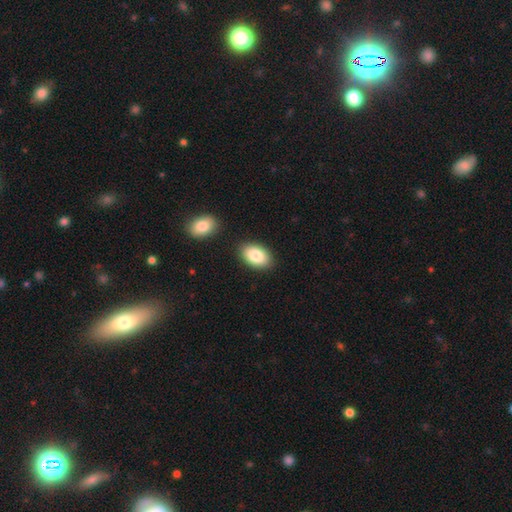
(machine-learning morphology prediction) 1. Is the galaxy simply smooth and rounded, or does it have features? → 85% smooth, 8% featured or disk, 7% star or artifact.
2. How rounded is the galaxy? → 92% in between, 7% round, 1% cigar-shaped.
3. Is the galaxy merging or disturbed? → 85% none, 9% minor disturbance, 4% merger, 2% major disturbance.